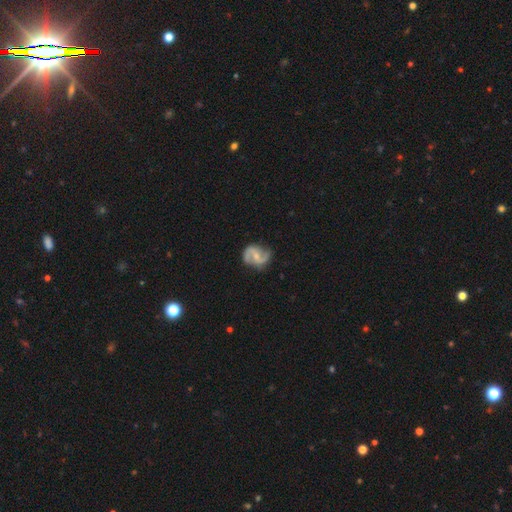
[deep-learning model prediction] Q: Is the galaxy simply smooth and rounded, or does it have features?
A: featured or disk — 84%.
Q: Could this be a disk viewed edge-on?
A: no — 98%.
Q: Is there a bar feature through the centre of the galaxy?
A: weak — 49%.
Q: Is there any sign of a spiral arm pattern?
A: yes — 96%.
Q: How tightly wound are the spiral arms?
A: medium — 50%.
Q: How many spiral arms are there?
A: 2 — 92%.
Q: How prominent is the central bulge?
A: small — 54%.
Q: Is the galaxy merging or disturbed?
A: none — 75%.